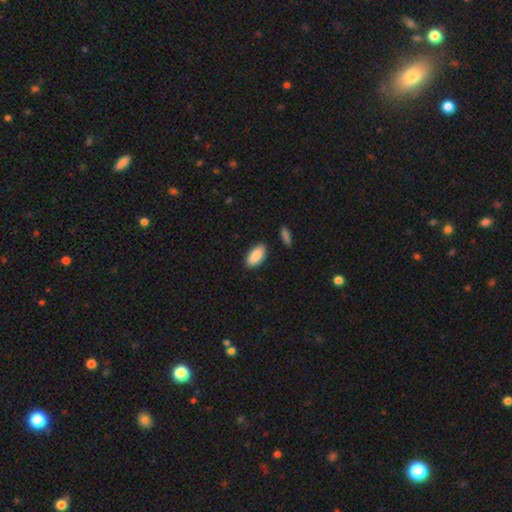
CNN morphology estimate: A smooth galaxy with no disk features (89%) that is in between round and cigar-shaped (93%). Merging: none (86%).